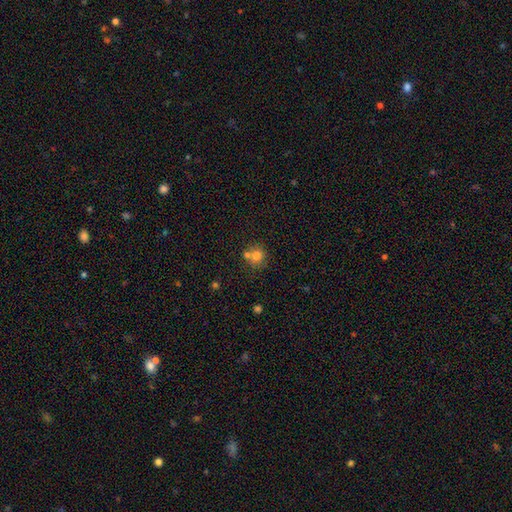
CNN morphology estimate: Smooth or featured? smooth (77%)
How rounded? round (86%)
Merging? none (56%)